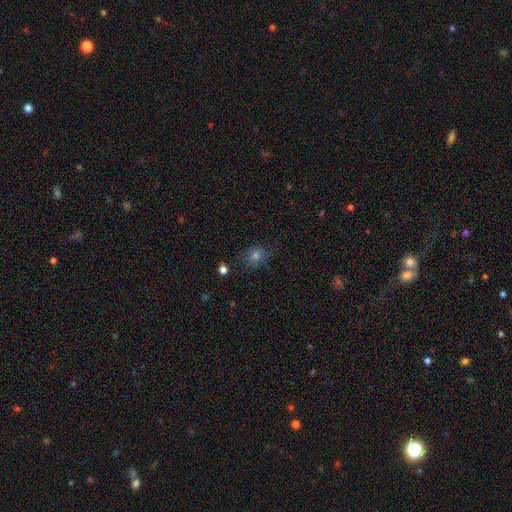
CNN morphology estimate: A smooth galaxy with no disk features (68%) that is round (62%).

Vote fractions:
- Smooth or featured? smooth: 68% / star or artifact: 20% / featured or disk: 11%
- How rounded? round: 62% / in between: 36% / cigar-shaped: 1%
- Merging? none: 78% / minor disturbance: 15% / major disturbance: 5% / merger: 2%